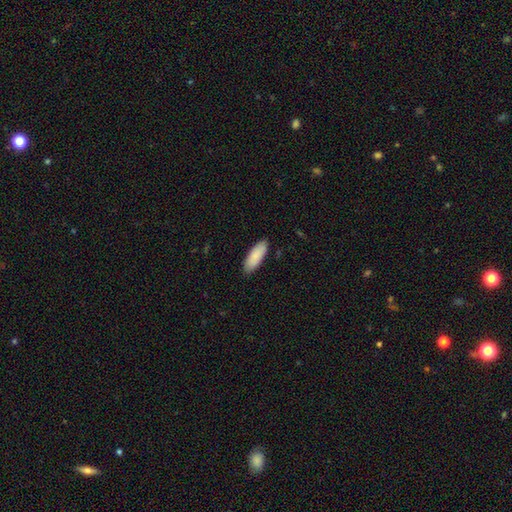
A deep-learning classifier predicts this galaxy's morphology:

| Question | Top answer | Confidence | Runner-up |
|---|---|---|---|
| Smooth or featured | smooth | 88% | featured or disk (6%) |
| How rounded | in between | 72% | cigar-shaped (26%) |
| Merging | none | 87% | minor disturbance (10%) |